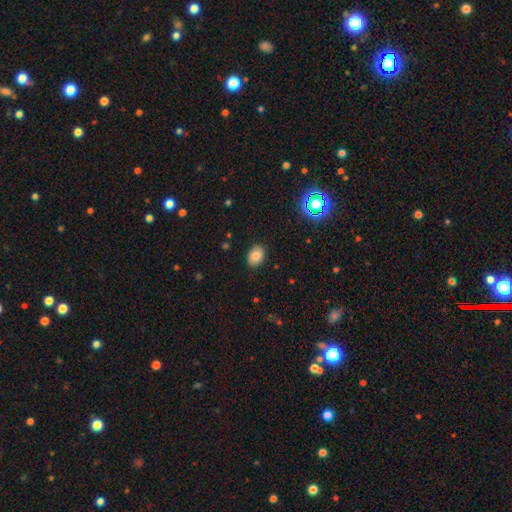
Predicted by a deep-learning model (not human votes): smooth-or-featured: smooth: 79% | featured or disk: 11% | star or artifact: 10%
  how-rounded: in between: 70% | round: 29% | cigar-shaped: 1%
  merging: none: 88% | minor disturbance: 9% | major disturbance: 2% | merger: 1%